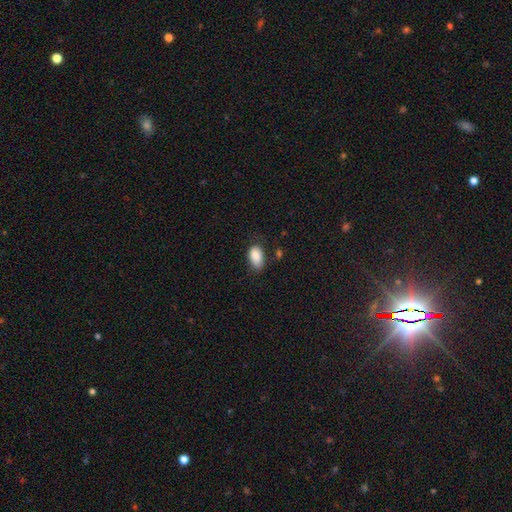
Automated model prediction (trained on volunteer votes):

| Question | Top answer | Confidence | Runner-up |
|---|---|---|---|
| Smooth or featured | smooth | 87% | star or artifact (7%) |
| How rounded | in between | 93% | round (5%) |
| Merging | none | 63% | minor disturbance (27%) |